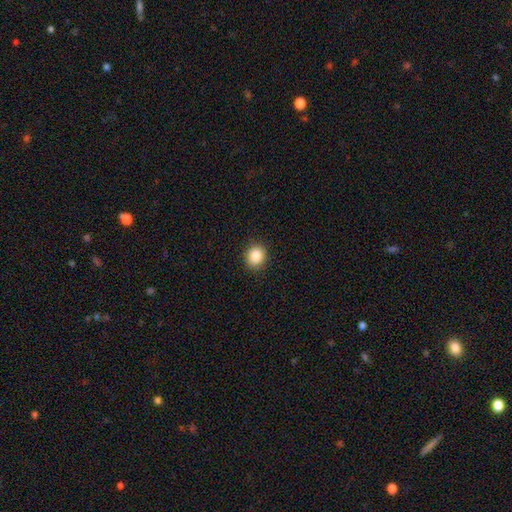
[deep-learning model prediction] Q: Smooth or featured?
A: smooth (87%); runner-up: star or artifact (9%)
Q: How rounded?
A: round (73%); runner-up: in between (26%)
Q: Merging?
A: none (90%); runner-up: minor disturbance (7%)